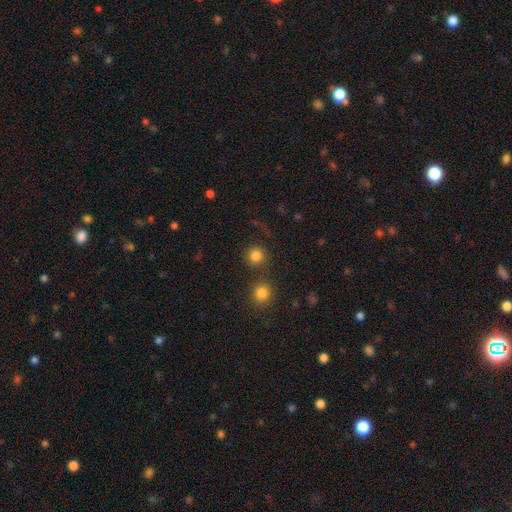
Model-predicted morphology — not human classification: This appears to be a smooth galaxy with no disk features (82%) that is round (93%). Merging: none (74%).